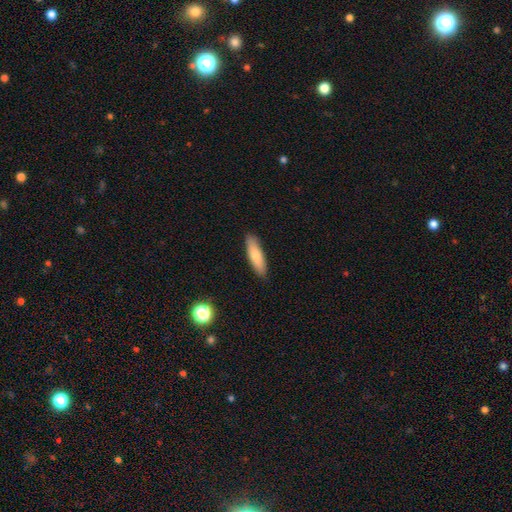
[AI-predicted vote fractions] This is likely a smooth galaxy (78%). How rounded: likely cigar-shaped (62%). Merging: clearly none (89%).